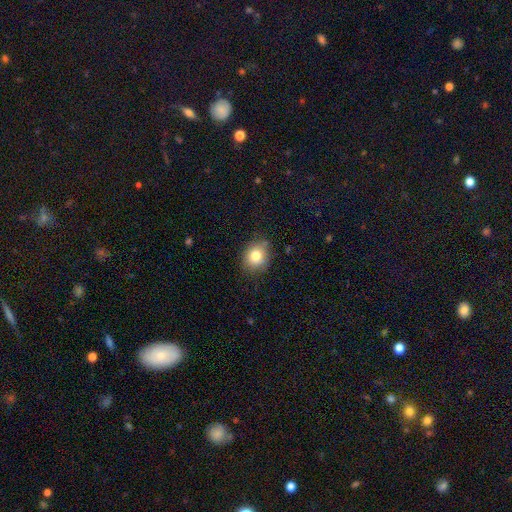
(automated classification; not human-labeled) smooth 80%, star or artifact 10%, featured or disk 9%. Down the decision tree: how rounded — round (61%); merging — none (78%).